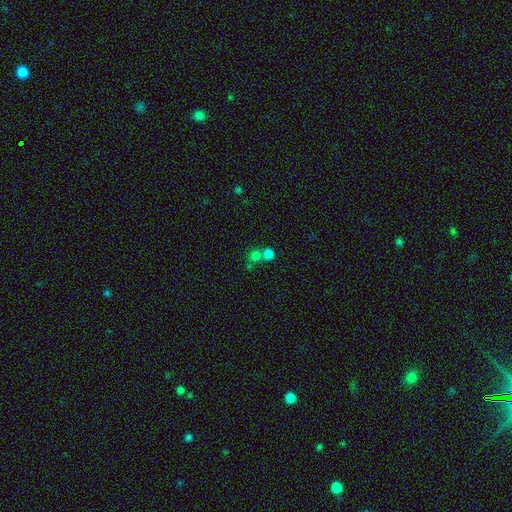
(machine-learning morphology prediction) Overall: smooth (74%). How rounded: round (82%). Merging: merger (46%; none 43%).